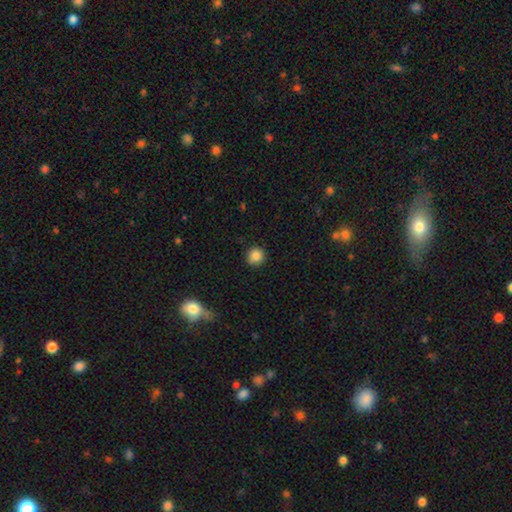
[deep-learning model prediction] Smooth or featured: smooth — 86% (star or artifact — 10%)
How rounded: round — 92% (in between — 7%)
Merging: none — 88% (minor disturbance — 8%)